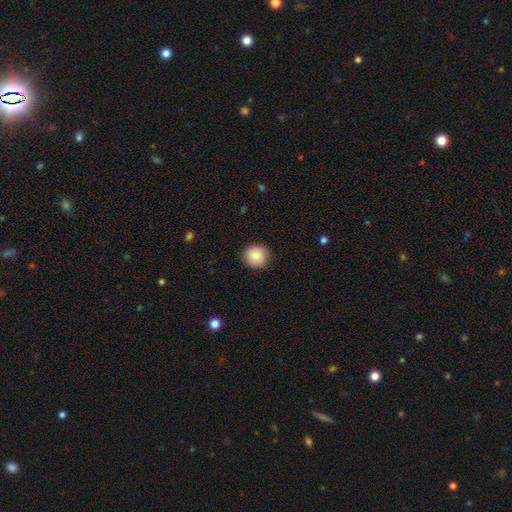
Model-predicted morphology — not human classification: Smooth or featured? smooth (86%)
How rounded? round (92%)
Merging? none (91%)